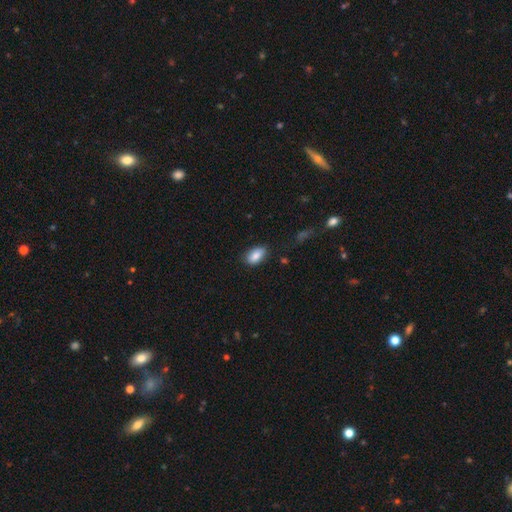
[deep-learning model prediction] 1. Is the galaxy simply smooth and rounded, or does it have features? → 86% smooth, 7% star or artifact, 7% featured or disk.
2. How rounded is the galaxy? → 92% in between, 5% round, 3% cigar-shaped.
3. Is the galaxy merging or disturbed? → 80% none, 16% minor disturbance, 3% major disturbance, 2% merger.